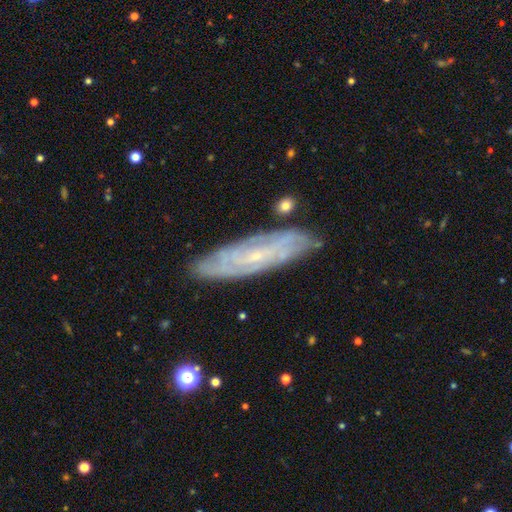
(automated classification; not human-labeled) A featured or disk galaxy (77%) with no bar (57%), tight (70%) spiral arms (90%) and a small central bulge (83%). Merging: none (83%).